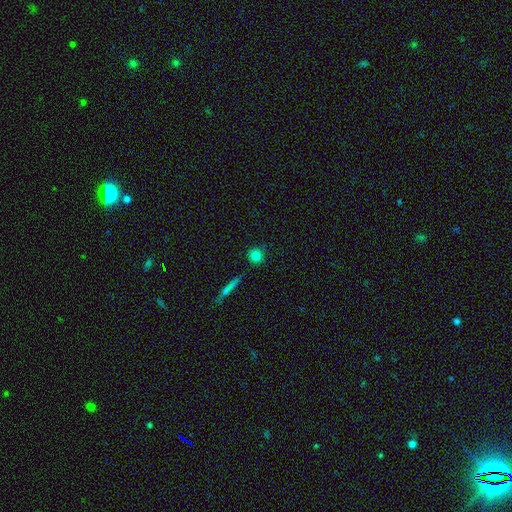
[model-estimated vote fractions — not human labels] smooth 82%, star or artifact 10%, featured or disk 8%. Down the decision tree: how rounded — round (90%); merging — none (82%).